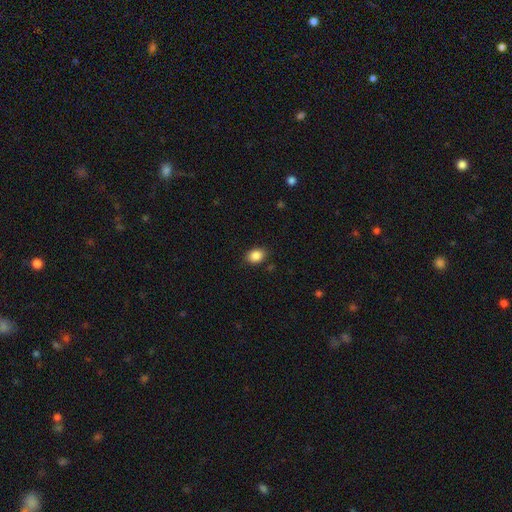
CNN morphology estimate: The model was most divided on "how rounded": in between: 64%, round: 35%, cigar-shaped: 1%. More confident: smooth or featured — smooth (87%); merging — none (85%).